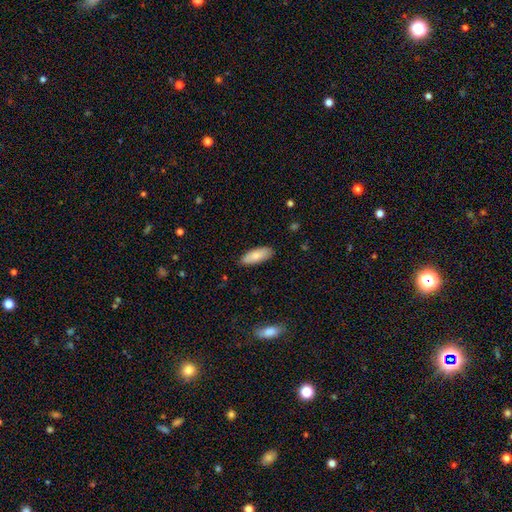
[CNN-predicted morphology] Q: Smooth or featured?
A: smooth (82%); runner-up: featured or disk (12%)
Q: How rounded?
A: in between (73%); runner-up: cigar-shaped (25%)
Q: Merging?
A: none (86%); runner-up: minor disturbance (11%)